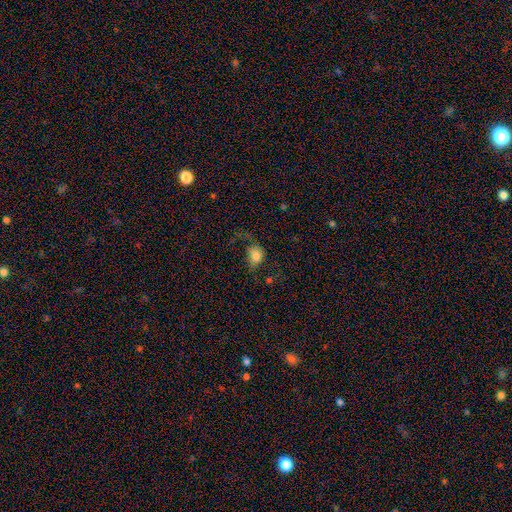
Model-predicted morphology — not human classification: Smooth or featured? Predicted: smooth (p=0.71). How rounded? Predicted: in between (p=0.58). Merging? Predicted: major disturbance (p=0.42).